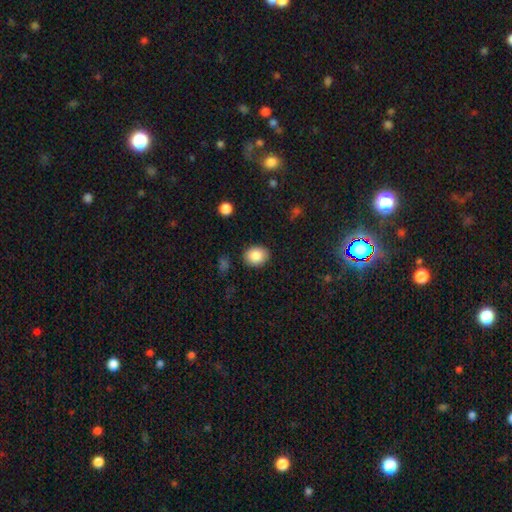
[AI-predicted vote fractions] A smooth galaxy with no disk features (85%) that is round (50%). Merging: none (87%).